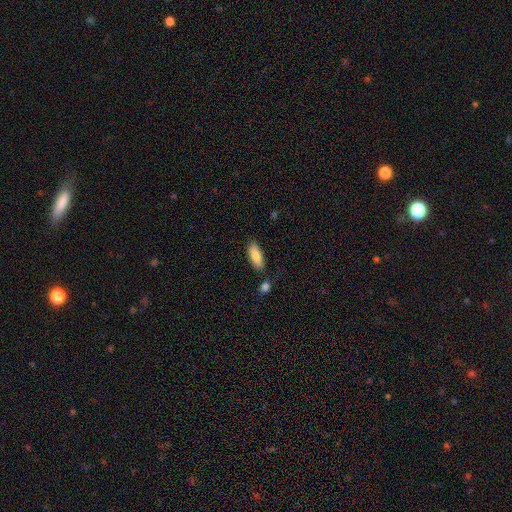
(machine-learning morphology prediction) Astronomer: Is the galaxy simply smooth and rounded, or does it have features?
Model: smooth — 84%.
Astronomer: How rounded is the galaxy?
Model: in between — 81%.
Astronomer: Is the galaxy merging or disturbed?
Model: none — 79%.